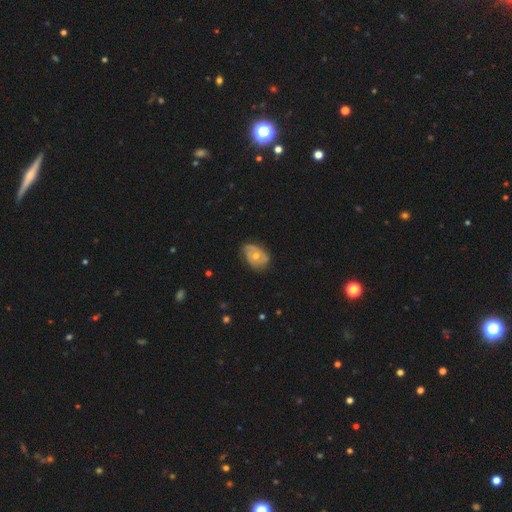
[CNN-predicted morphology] smooth-or-featured: featured or disk: 63% | smooth: 31% | star or artifact: 7%
  disk-edge-on: no: 95% | yes: 5%
    bar: no: 75% | weak: 21% | strong: 4%
    has-spiral-arms: yes: 73% | no: 27%
    bulge-size: moderate: 67% | small: 29% | large: 3% | none: 1% | dominant: 1%
  merging: none: 61% | minor disturbance: 29% | major disturbance: 8% | merger: 1%